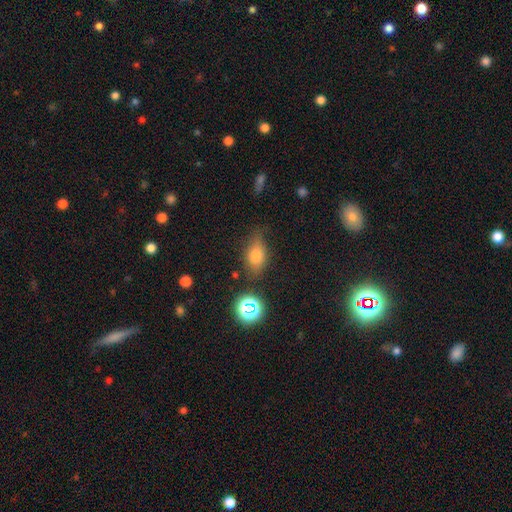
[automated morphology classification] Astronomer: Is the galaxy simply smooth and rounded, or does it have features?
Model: smooth — 67%.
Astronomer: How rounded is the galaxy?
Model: in between — 78%.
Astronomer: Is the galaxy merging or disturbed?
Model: none — 68%.